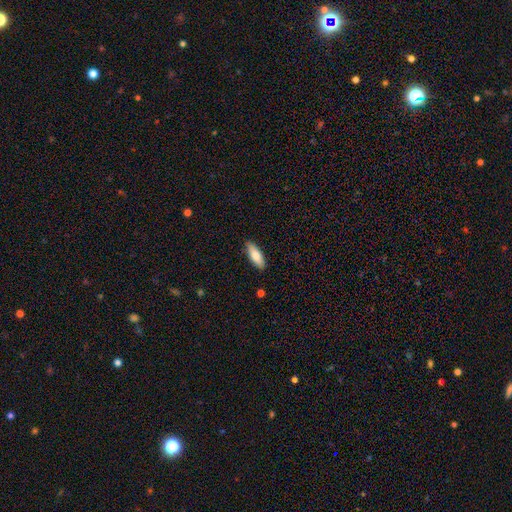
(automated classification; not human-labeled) Smooth or featured? smooth (77%)
How rounded? in between (62%)
Merging? none (88%)